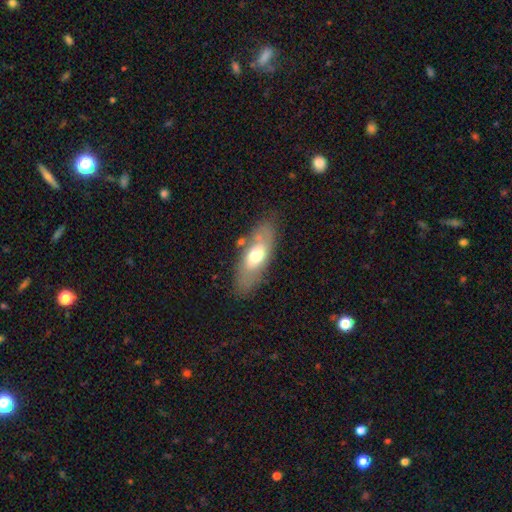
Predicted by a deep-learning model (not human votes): A smooth galaxy with no disk features (54%) that is in between round and cigar-shaped (80%). Merging: none (74%).